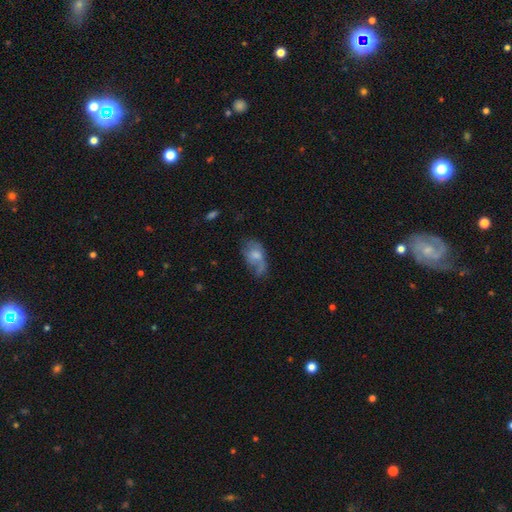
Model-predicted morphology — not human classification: The model was most divided on "merging": none: 33%, major disturbance: 32%, minor disturbance: 30%, merger: 5%. More confident: how rounded — in between (89%); smooth or featured — smooth (53%).